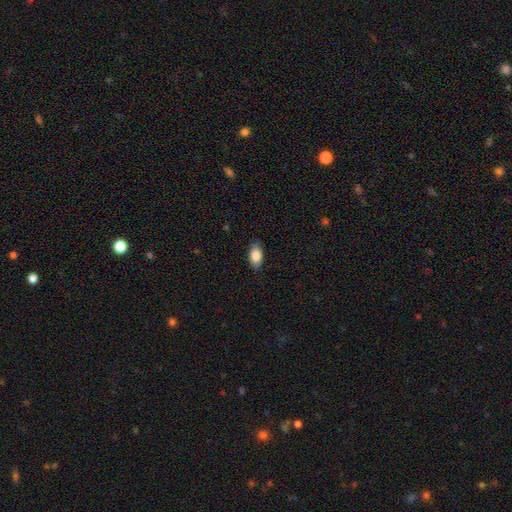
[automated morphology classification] A smooth galaxy with no disk features (84%) that is in between round and cigar-shaped (91%).

Vote fractions:
- Smooth or featured? smooth: 84% / featured or disk: 9% / star or artifact: 7%
- How rounded? in between: 91% / round: 5% / cigar-shaped: 4%
- Merging? none: 86% / minor disturbance: 11% / major disturbance: 2% / merger: 1%